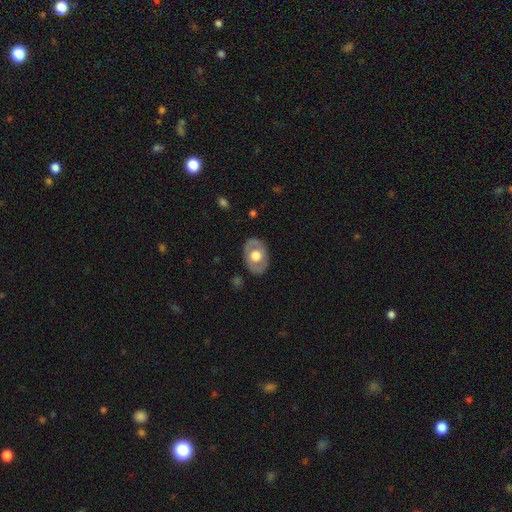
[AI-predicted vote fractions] The model was most divided on "smooth or featured": featured or disk: 53%, smooth: 42%, star or artifact: 5%. More confident: edge-on disk — no (90%); merging — none (82%).